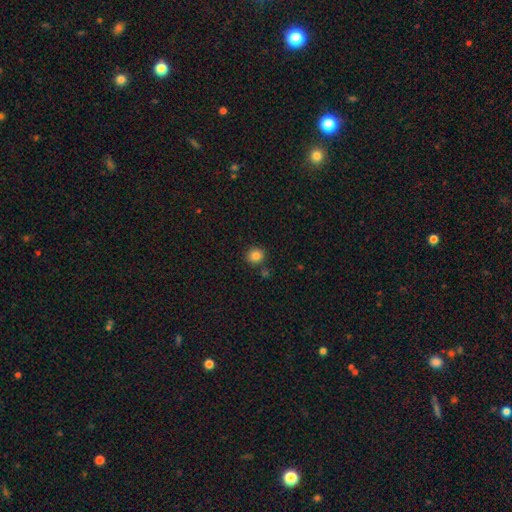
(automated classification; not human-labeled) Smooth or featured: smooth — 85% (star or artifact — 11%)
How rounded: round — 89% (in between — 10%)
Merging: none — 82% (minor disturbance — 9%)